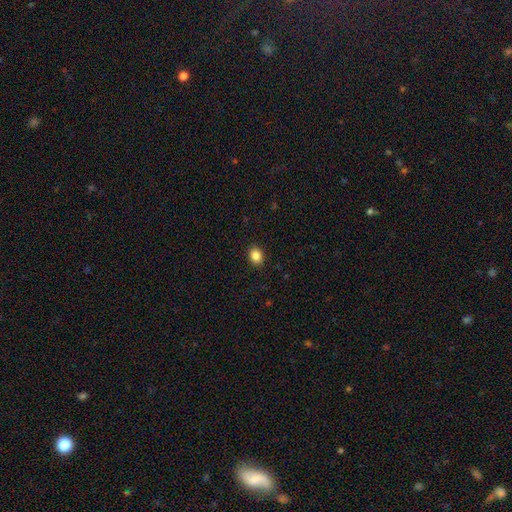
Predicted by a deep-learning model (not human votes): smooth 86%, star or artifact 10%, featured or disk 4%. Down the decision tree: how rounded — in between (50%); merging — none (90%).